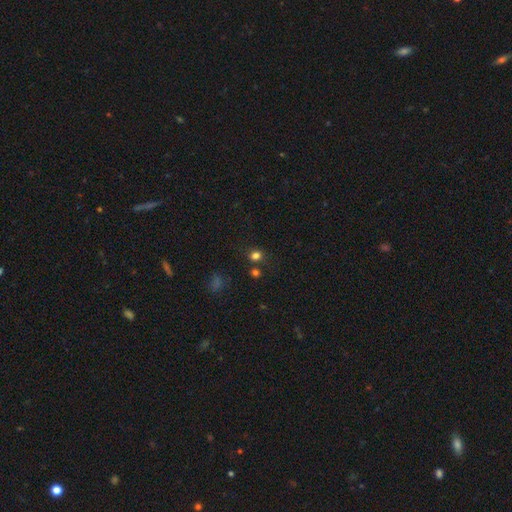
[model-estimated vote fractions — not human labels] The model was most divided on "how rounded": round: 73%, in between: 26%, cigar-shaped: 1%. More confident: smooth or featured — smooth (76%); merging — none (74%).